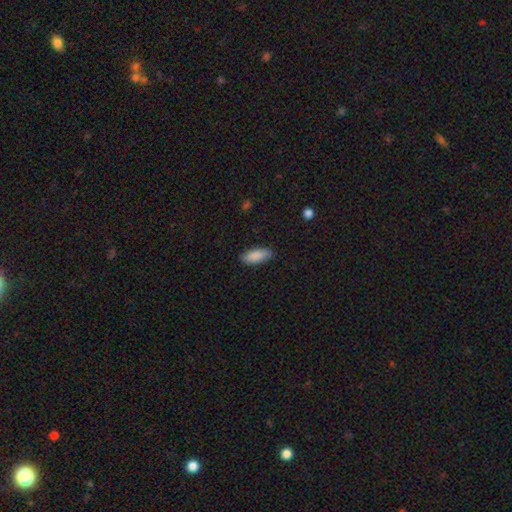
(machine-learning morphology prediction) This appears to be a smooth galaxy with no disk features (89%) that is in between round and cigar-shaped (77%). Merging: none (86%).